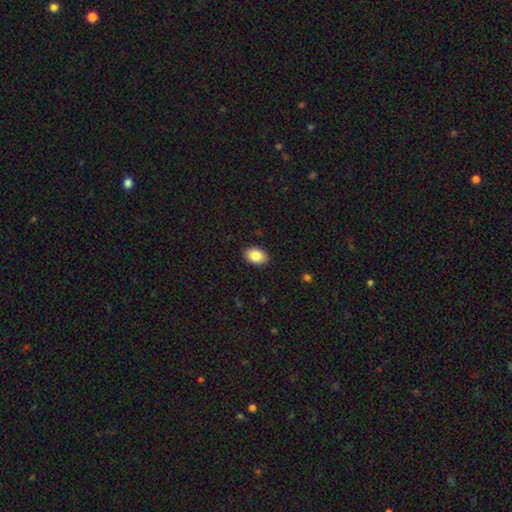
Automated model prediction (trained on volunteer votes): smooth_or_featured: smooth (p=0.85) [alt: featured or disk p=0.08]
how_rounded: in between (p=0.86) [alt: round p=0.13]
merging: none (p=0.90) [alt: minor disturbance p=0.07]